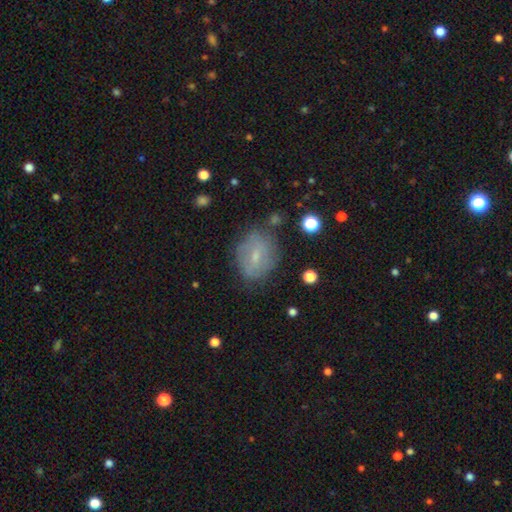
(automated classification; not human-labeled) smooth_or_featured: smooth (p=0.45) [alt: featured or disk p=0.44]
merging: none (p=0.71) [alt: minor disturbance p=0.20]